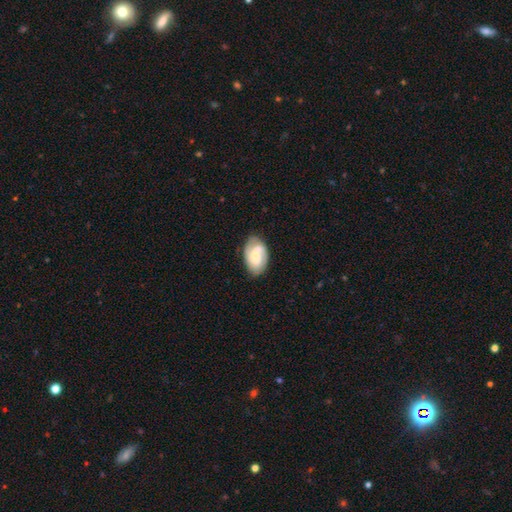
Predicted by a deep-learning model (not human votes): Q: Smooth or featured?
A: featured or disk (64%); runner-up: smooth (30%)
Q: Edge-on disk?
A: no (97%); runner-up: yes (3%)
Q: Bar?
A: no (46%); runner-up: weak (43%)
Q: Spiral arms?
A: yes (92%); runner-up: no (8%)
Q: Spiral winding?
A: tight (42%); runner-up: medium (41%)
Q: Spiral arm count?
A: 2 (63%); runner-up: 1 (14%)
Q: Bulge size?
A: small (39%); runner-up: moderate (29%)
Q: Merging?
A: none (73%); runner-up: minor disturbance (19%)